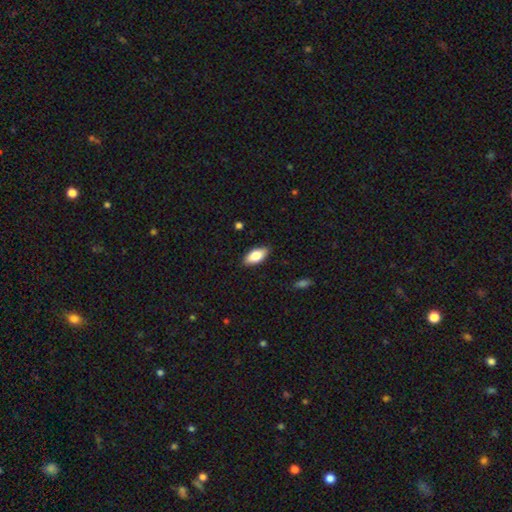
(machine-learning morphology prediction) Q: Smooth or featured?
A: smooth (81%); runner-up: featured or disk (13%)
Q: How rounded?
A: in between (90%); runner-up: cigar-shaped (8%)
Q: Merging?
A: none (87%); runner-up: minor disturbance (10%)